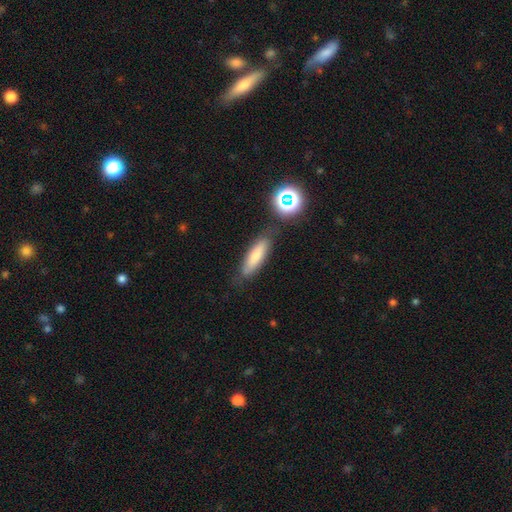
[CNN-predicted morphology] smooth-or-featured: smooth: 73% | featured or disk: 17% | star or artifact: 10%
  how-rounded: cigar-shaped: 60% | in between: 37% | round: 3%
  merging: none: 74% | minor disturbance: 16% | merger: 6% | major disturbance: 4%